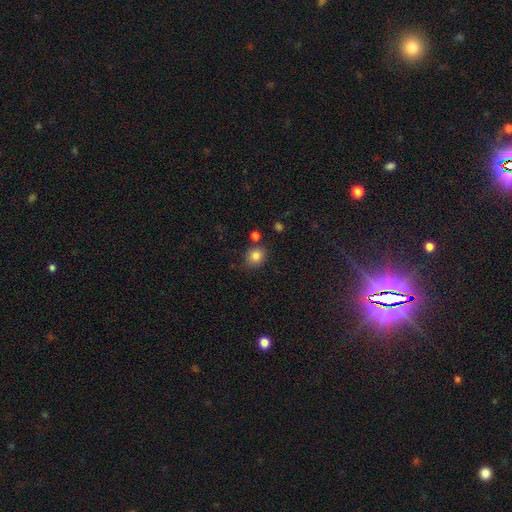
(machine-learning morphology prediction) This is clearly a smooth galaxy (83%). How rounded: likely round (73%). Merging: likely none (75%).